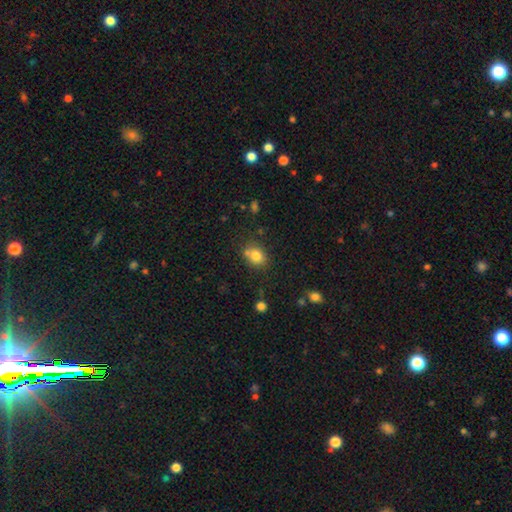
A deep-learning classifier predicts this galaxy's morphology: Smooth or featured?
  - smooth: 80% *
  - star or artifact: 11%
  - featured or disk: 9%
How rounded?
  - in between: 50% *
  - round: 49%
  - cigar-shaped: 1%
Merging?
  - none: 65% *
  - minor disturbance: 15%
  - merger: 15%
  - major disturbance: 4%